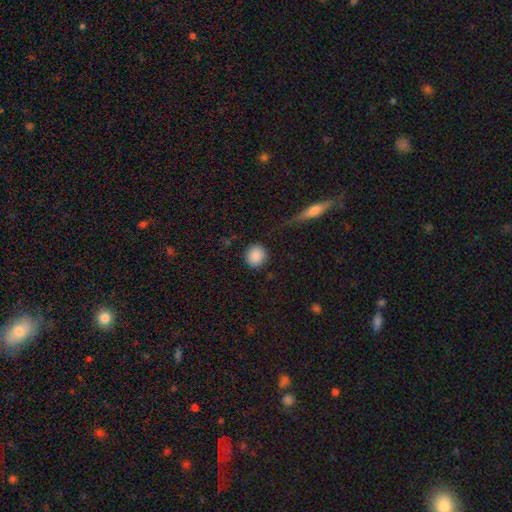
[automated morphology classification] smooth-or-featured: smooth: 89% | star or artifact: 8% | featured or disk: 3%
  how-rounded: round: 85% | in between: 14% | cigar-shaped: 1%
  merging: none: 88% | minor disturbance: 7% | major disturbance: 3% | merger: 1%